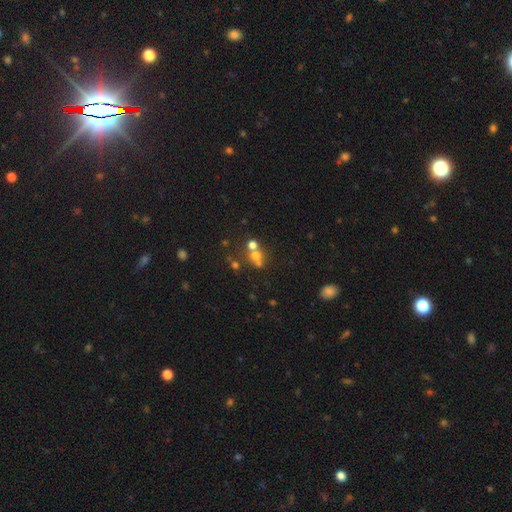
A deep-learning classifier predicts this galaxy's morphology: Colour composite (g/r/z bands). It shows a smooth galaxy with no disk features (57%) that is round (81%). Merging: merger (46%).